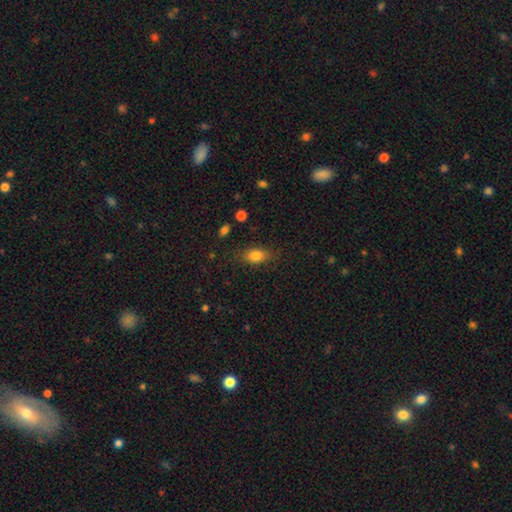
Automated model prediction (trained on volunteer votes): Smooth or featured: smooth — 81% (featured or disk — 10%)
How rounded: in between — 83% (round — 11%)
Merging: none — 81% (minor disturbance — 14%)